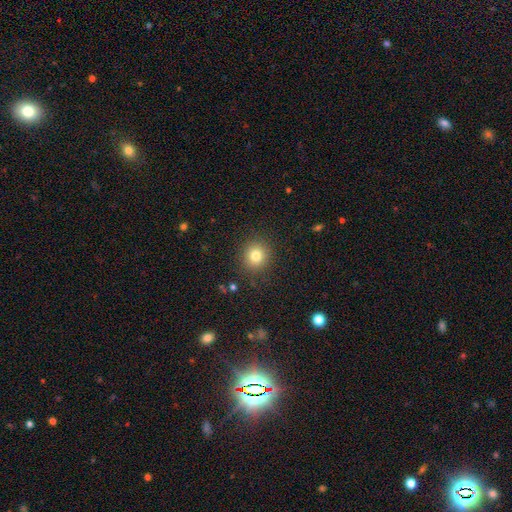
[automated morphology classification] Smooth or featured? Predicted: smooth (p=0.79). How rounded? Predicted: round (p=0.88). Merging? Predicted: none (p=0.88).